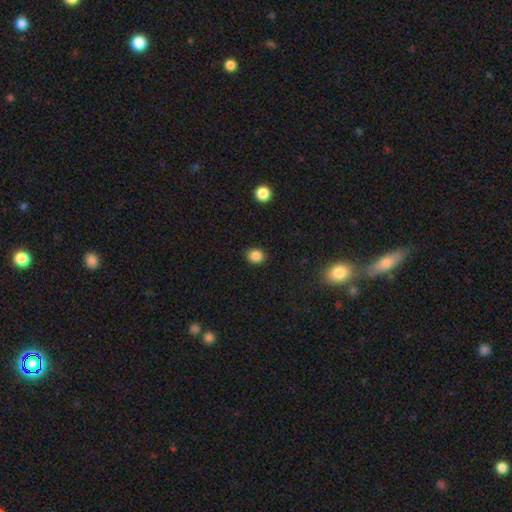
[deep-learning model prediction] This is clearly a smooth galaxy (86%). How rounded: likely round (73%). Merging: clearly none (90%).